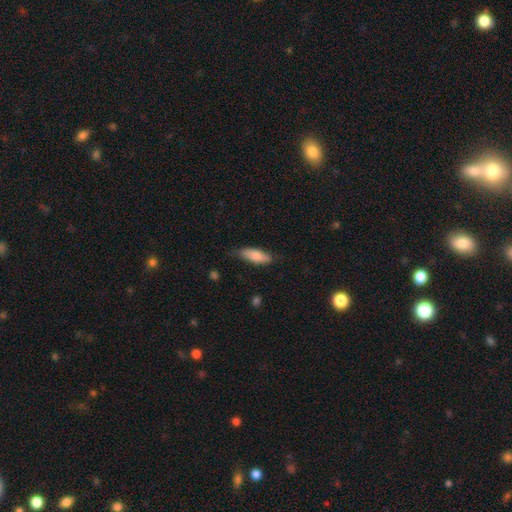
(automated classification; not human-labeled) Q: Smooth or featured?
A: smooth (82%); runner-up: featured or disk (12%)
Q: How rounded?
A: in between (61%); runner-up: cigar-shaped (37%)
Q: Merging?
A: none (69%); runner-up: minor disturbance (25%)